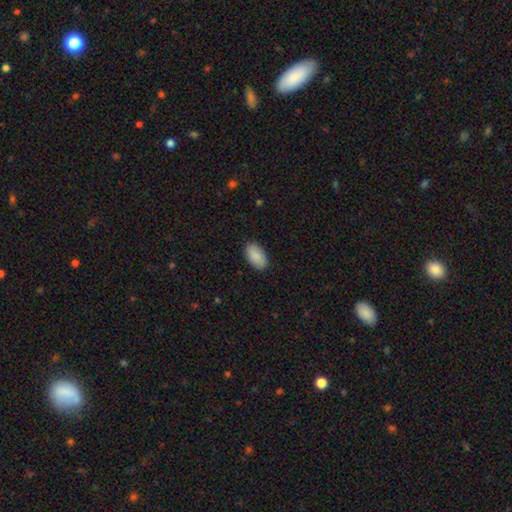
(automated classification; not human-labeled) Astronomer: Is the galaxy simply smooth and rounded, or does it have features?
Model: smooth — 89%.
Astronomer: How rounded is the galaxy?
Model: in between — 94%.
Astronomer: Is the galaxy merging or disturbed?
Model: none — 88%.